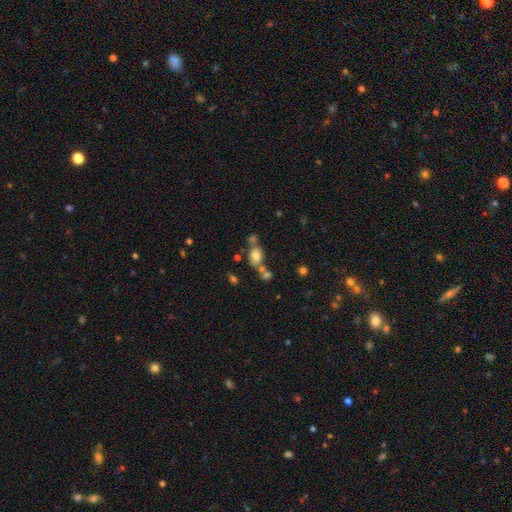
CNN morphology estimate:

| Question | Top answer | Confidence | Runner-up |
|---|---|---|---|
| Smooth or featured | smooth | 75% | featured or disk (13%) |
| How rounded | in between | 78% | round (20%) |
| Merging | none | 51% | merger (29%) |